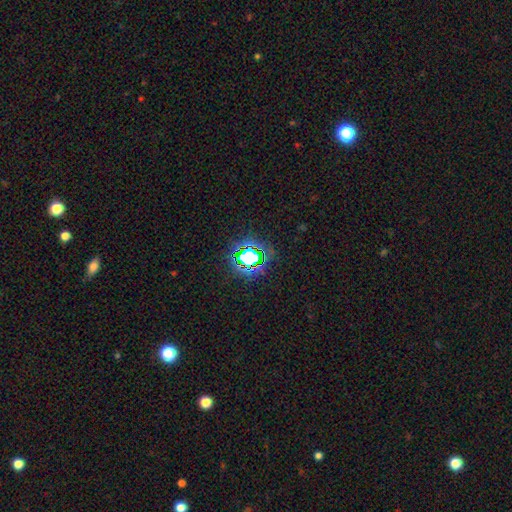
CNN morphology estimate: Smooth or featured? star or artifact (73%)